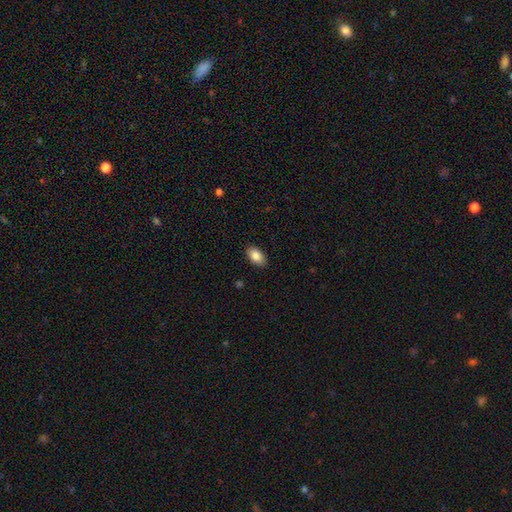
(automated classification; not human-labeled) Smooth or featured?
  - smooth: 86% *
  - star or artifact: 7%
  - featured or disk: 7%
How rounded?
  - in between: 93% *
  - round: 5%
  - cigar-shaped: 2%
Merging?
  - none: 88% *
  - minor disturbance: 9%
  - major disturbance: 2%
  - merger: 1%